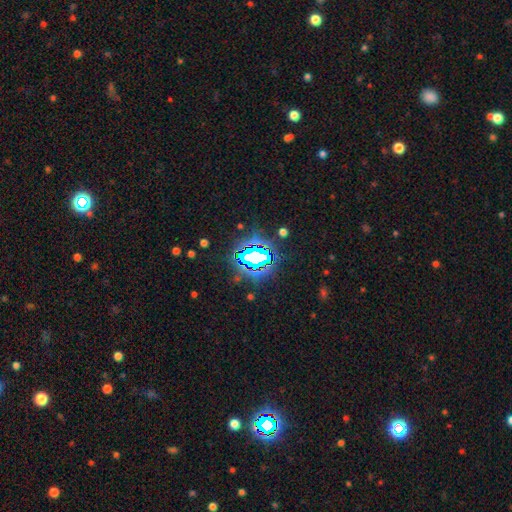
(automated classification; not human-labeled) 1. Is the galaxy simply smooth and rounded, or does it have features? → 73% star or artifact, 15% smooth, 13% featured or disk.